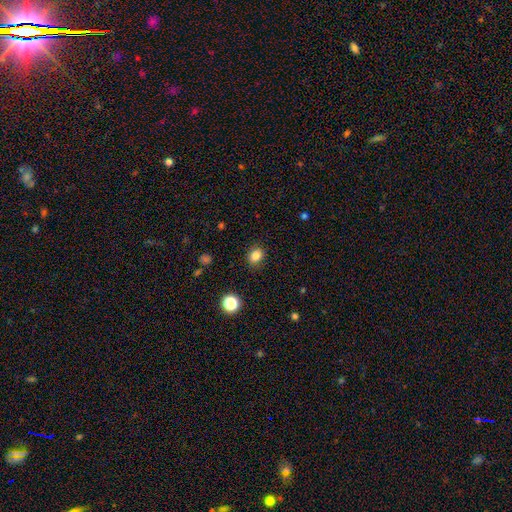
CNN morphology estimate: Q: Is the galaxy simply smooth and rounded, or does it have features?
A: smooth — 83%.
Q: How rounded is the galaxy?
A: round — 51%.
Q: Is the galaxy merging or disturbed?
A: none — 87%.